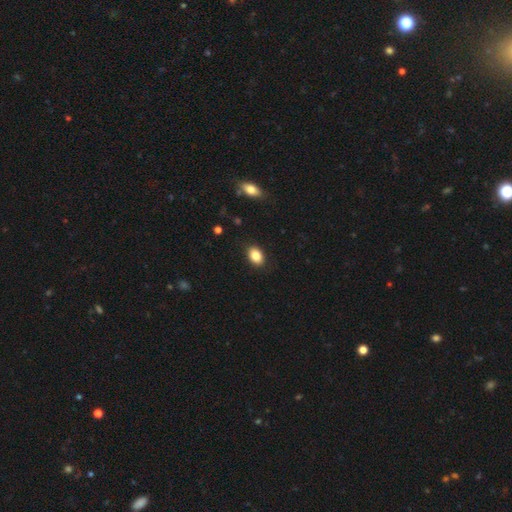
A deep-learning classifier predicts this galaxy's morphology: smooth-or-featured: smooth: 85% | star or artifact: 8% | featured or disk: 6%
  how-rounded: in between: 82% | round: 17% | cigar-shaped: 1%
  merging: none: 89% | minor disturbance: 8% | major disturbance: 2% | merger: 1%